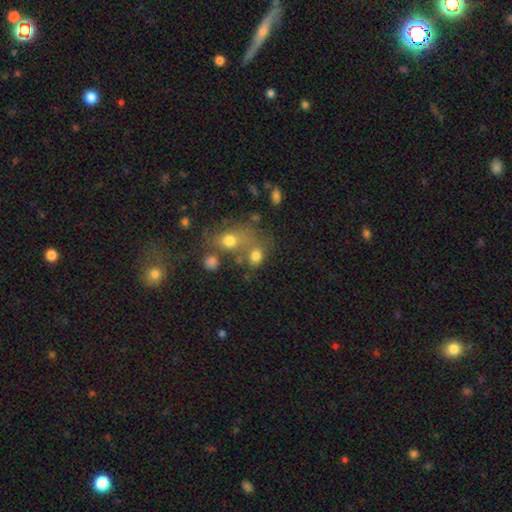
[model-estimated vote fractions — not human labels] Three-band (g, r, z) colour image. It shows a smooth galaxy with no disk features (74%) that is round (52%). Merging: none (40%).